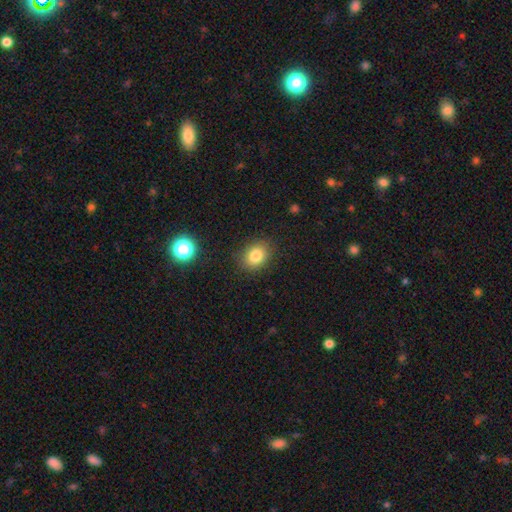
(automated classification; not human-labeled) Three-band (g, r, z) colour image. It shows a smooth galaxy with no disk features (81%) that is round (51%). Merging: none (86%).